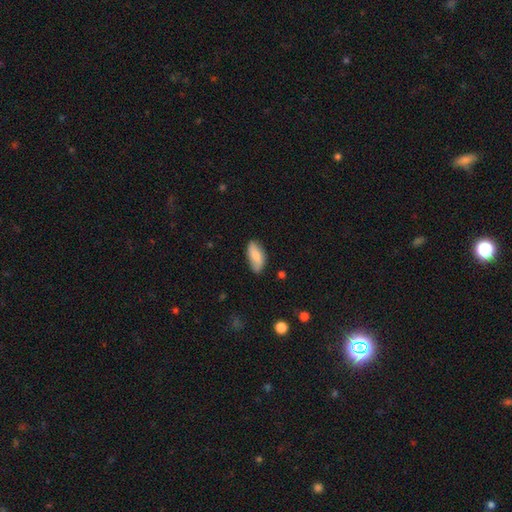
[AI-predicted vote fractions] A smooth galaxy with no disk features (76%) that is in between round and cigar-shaped (88%). Merging: none (75%).